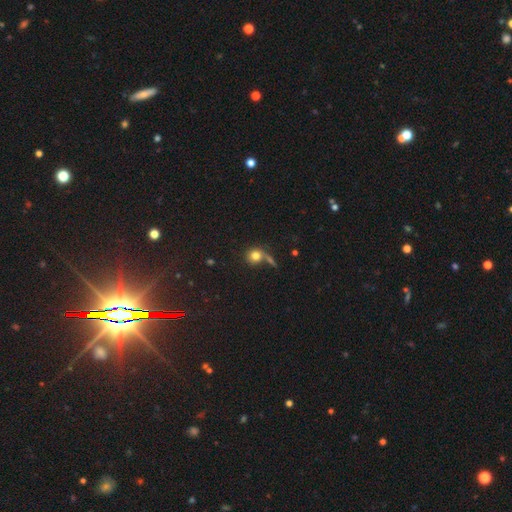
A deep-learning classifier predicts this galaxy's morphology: A smooth galaxy with no disk features (77%) that is round (84%). Merging: none (54%).